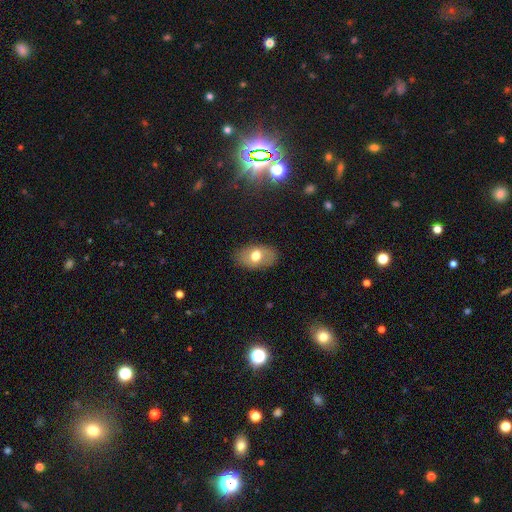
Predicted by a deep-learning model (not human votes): smooth 66%, featured or disk 26%, star or artifact 8%. Down the decision tree: how rounded — in between (87%); merging — none (84%).